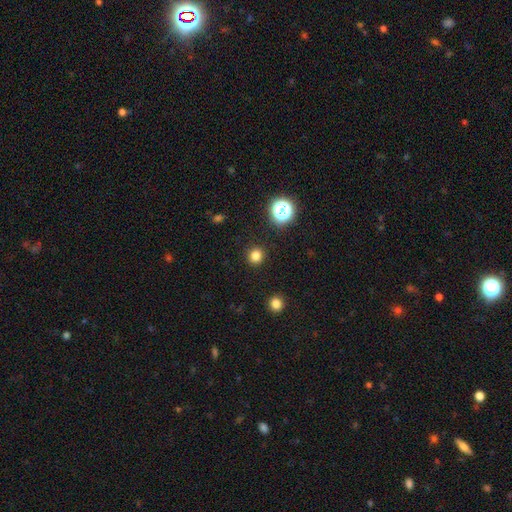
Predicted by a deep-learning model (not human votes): This is clearly a smooth galaxy (81%). How rounded: clearly round (92%). Merging: clearly none (91%).